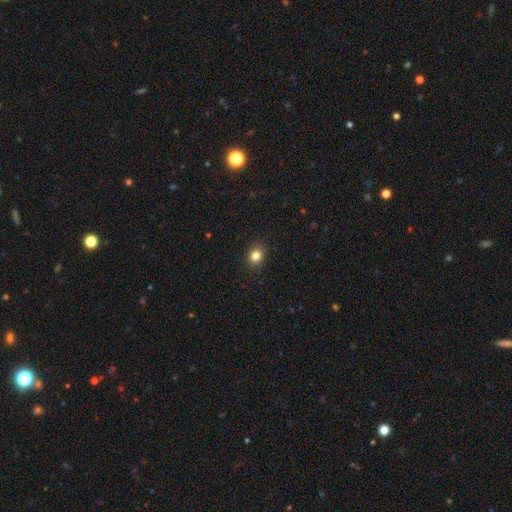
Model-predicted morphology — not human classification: This is clearly a smooth galaxy (82%). How rounded: likely round (62%). Merging: clearly none (89%).